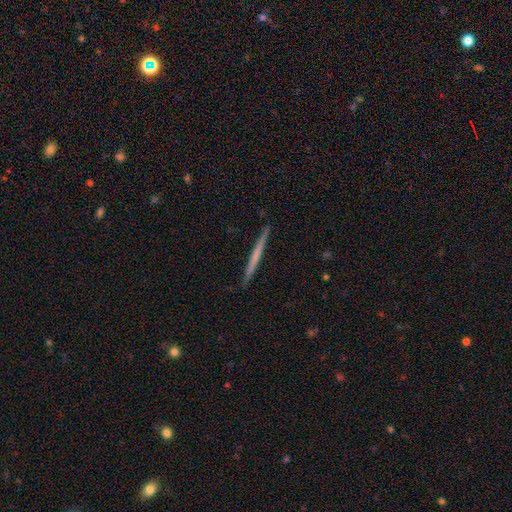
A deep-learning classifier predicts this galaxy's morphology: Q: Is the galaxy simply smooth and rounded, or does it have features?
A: featured or disk — 49%.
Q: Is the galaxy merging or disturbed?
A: none — 92%.